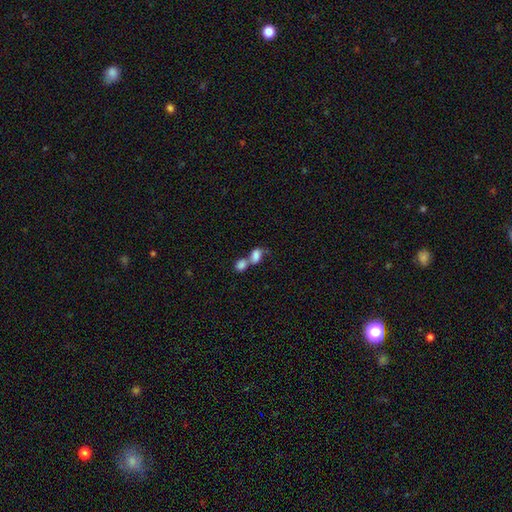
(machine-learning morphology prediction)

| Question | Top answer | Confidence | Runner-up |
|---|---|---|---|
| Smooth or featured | smooth | 76% | featured or disk (14%) |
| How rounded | in between | 75% | round (22%) |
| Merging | merger | 73% | none (15%) |